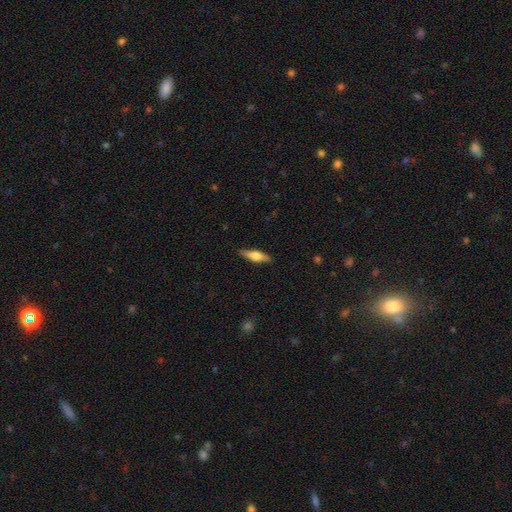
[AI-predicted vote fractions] Smooth or featured?
  - featured or disk: 57% *
  - smooth: 38%
  - star or artifact: 6%
Edge-on disk?
  - yes: 96% *
  - no: 4%
Edge-on bulge?
  - rounded: 90% *
  - boxy: 7%
  - none: 2%
Merging?
  - none: 88% *
  - minor disturbance: 9%
  - major disturbance: 2%
  - merger: 1%